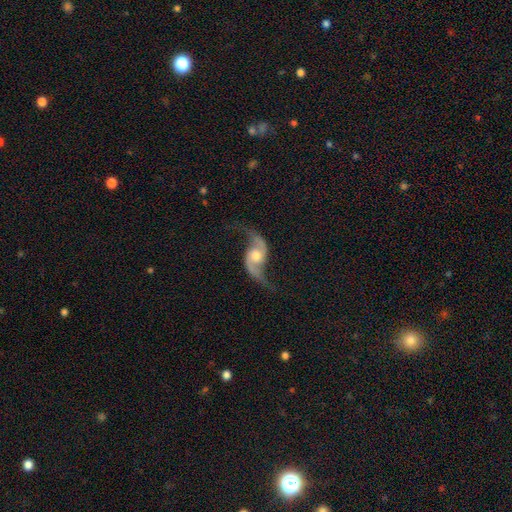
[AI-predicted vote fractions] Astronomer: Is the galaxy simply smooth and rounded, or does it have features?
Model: featured or disk — 91%.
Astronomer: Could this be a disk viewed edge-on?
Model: no — 97%.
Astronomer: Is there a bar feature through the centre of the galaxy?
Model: no — 62%.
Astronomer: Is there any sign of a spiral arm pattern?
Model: yes — 97%.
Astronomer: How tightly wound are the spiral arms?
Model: loose — 75%.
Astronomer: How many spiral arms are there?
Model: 2 — 94%.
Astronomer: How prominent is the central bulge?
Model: moderate — 63%.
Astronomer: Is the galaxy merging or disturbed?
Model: none — 75%.